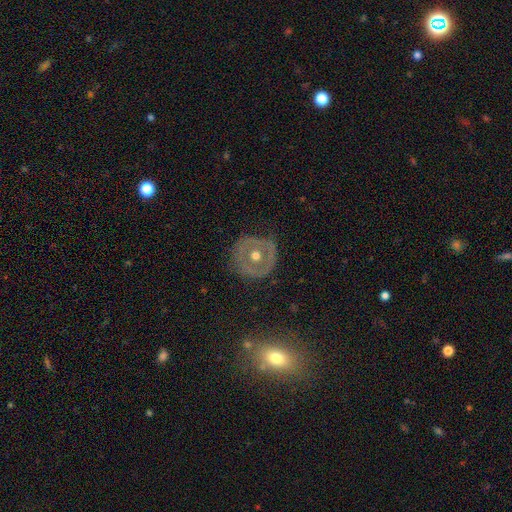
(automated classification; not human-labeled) The model was most divided on "smooth or featured": featured or disk: 59%, smooth: 34%, star or artifact: 8%. More confident: edge-on disk — no (93%); spiral arms — no (86%); bar — no (86%); merging — none (80%); bulge size — moderate (79%).